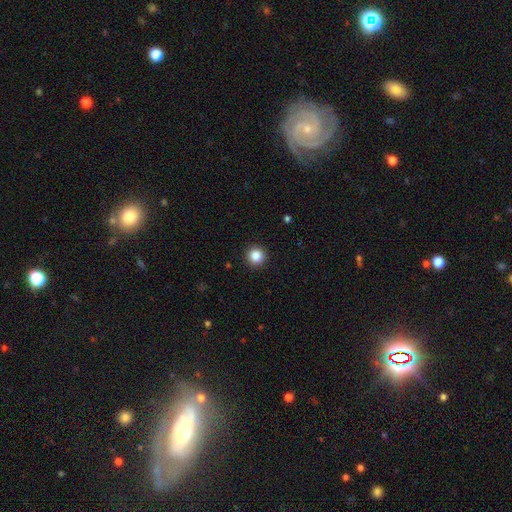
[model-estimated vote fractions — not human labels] smooth-or-featured: smooth: 86% | star or artifact: 10% | featured or disk: 4%
  how-rounded: round: 96% | in between: 3% | cigar-shaped: 1%
  merging: none: 93% | minor disturbance: 4% | major disturbance: 2% | merger: 1%